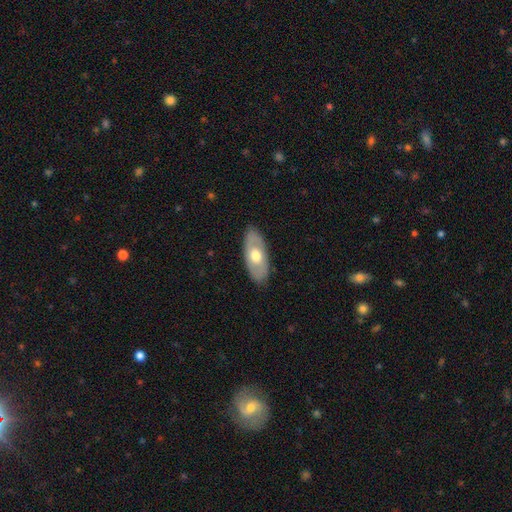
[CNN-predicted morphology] A smooth galaxy with no disk features (51%) that is in between round and cigar-shaped (88%). Merging: none (85%).